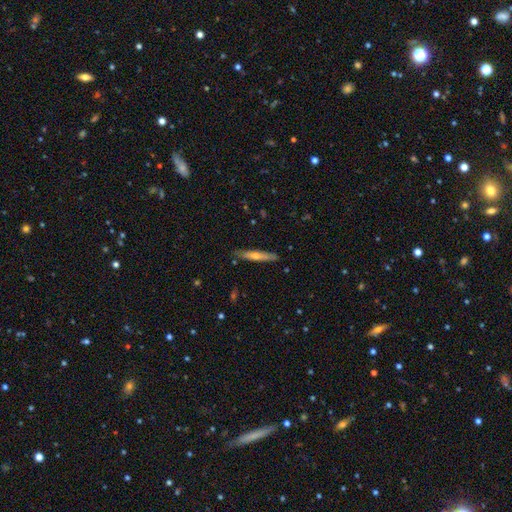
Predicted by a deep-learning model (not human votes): Smooth or featured? smooth (51%)
How rounded? cigar-shaped (92%)
Merging? none (84%)